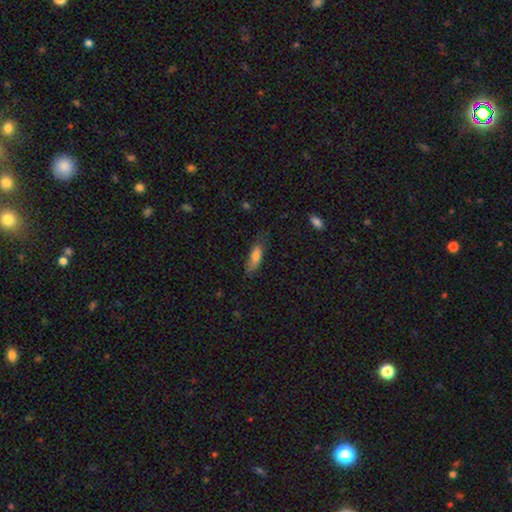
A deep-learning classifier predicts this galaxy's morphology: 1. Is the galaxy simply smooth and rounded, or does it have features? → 75% smooth, 18% featured or disk, 7% star or artifact.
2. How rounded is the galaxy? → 53% in between, 45% cigar-shaped, 2% round.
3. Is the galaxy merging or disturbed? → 64% none, 27% minor disturbance, 8% major disturbance, 2% merger.